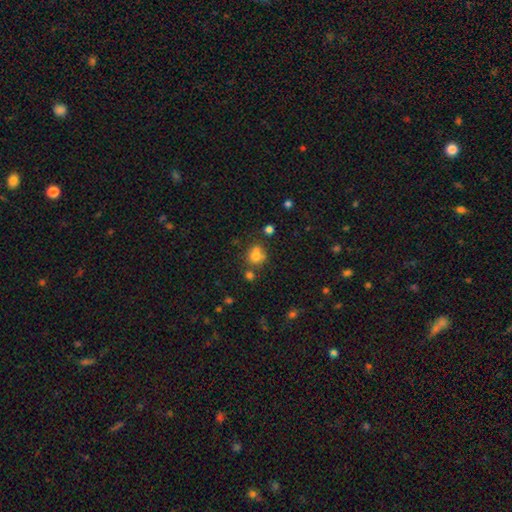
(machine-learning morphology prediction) Smooth or featured? Predicted: smooth (p=0.71). How rounded? Predicted: round (p=0.74). Merging? Predicted: none (p=0.48).